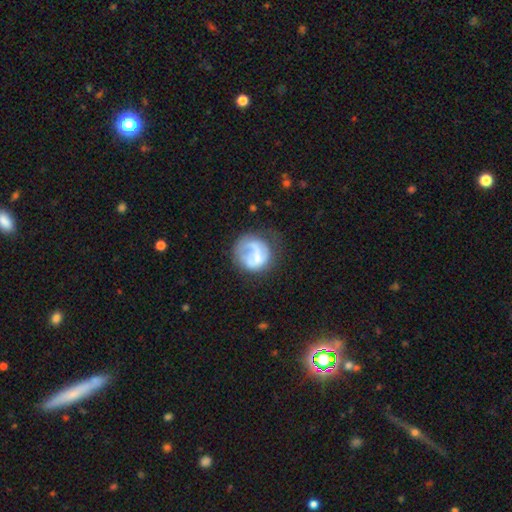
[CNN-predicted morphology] Overall: featured or disk (56%; smooth 36%). Edge-on disk: no (98%). Bar: no (56%; weak 34%). Spiral arms: yes (68%; no 32%). Bulge size: small (38%; none 36%). Merging: none (47%; major disturbance 27%).